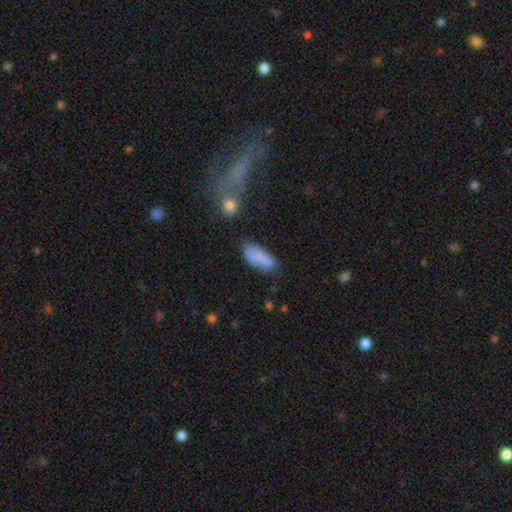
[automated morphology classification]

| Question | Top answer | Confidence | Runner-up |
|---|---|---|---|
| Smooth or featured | smooth | 75% | featured or disk (17%) |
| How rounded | in between | 79% | cigar-shaped (18%) |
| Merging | none | 54% | minor disturbance (28%) |